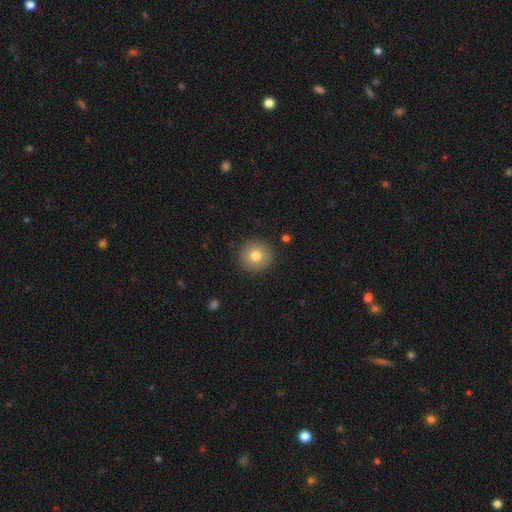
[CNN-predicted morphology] This appears to be a smooth galaxy with no disk features (78%) that is round (95%). Merging: none (91%).